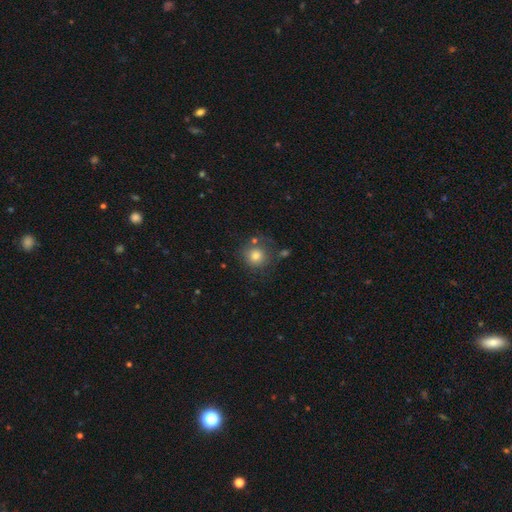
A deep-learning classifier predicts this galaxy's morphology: smooth-or-featured: smooth: 79% | featured or disk: 11% | star or artifact: 11%
  how-rounded: round: 91% | in between: 8% | cigar-shaped: 1%
  merging: none: 70% | minor disturbance: 15% | merger: 8% | major disturbance: 7%